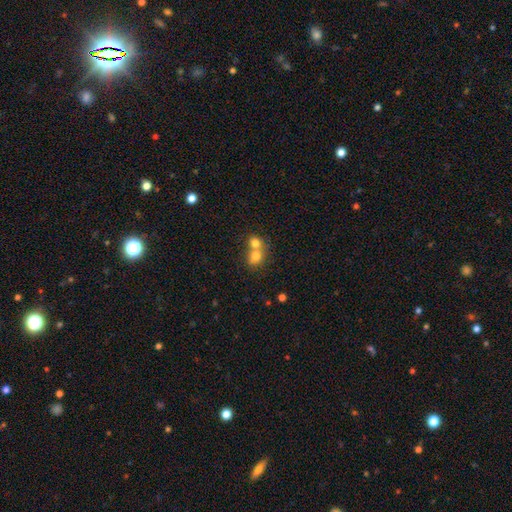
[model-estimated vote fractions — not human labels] Smooth or featured: smooth — 75% (featured or disk — 14%)
How rounded: round — 69% (in between — 30%)
Merging: merger — 63% (none — 29%)